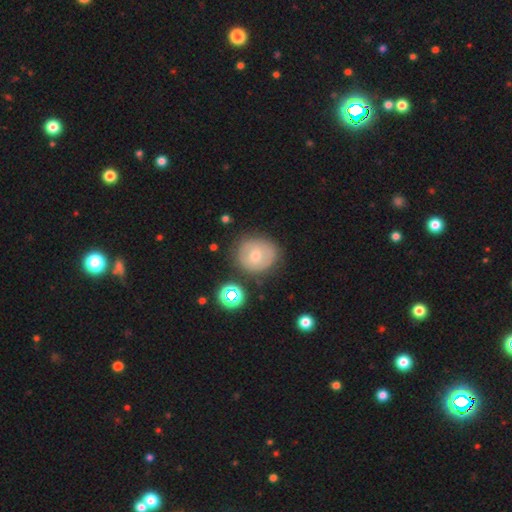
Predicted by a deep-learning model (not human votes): smooth 55%, featured or disk 33%, star or artifact 12%. Down the decision tree: how rounded — round (82%); merging — none (78%).